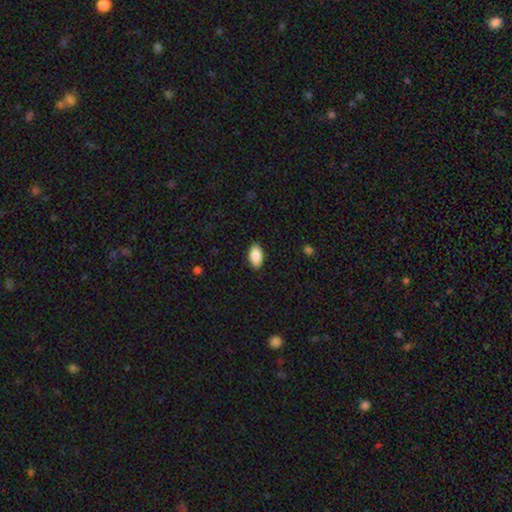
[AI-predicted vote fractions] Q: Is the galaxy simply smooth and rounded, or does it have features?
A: smooth — 89%.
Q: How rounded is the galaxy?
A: in between — 95%.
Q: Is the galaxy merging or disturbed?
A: none — 88%.